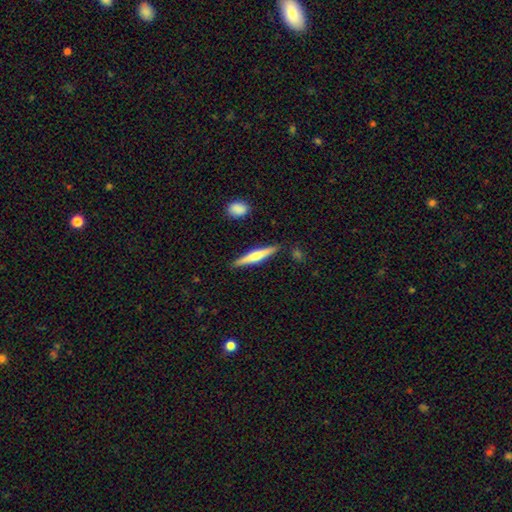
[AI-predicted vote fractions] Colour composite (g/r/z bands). It shows a featured or disk galaxy (50%) viewed edge-on (97%). Merging: none (89%).